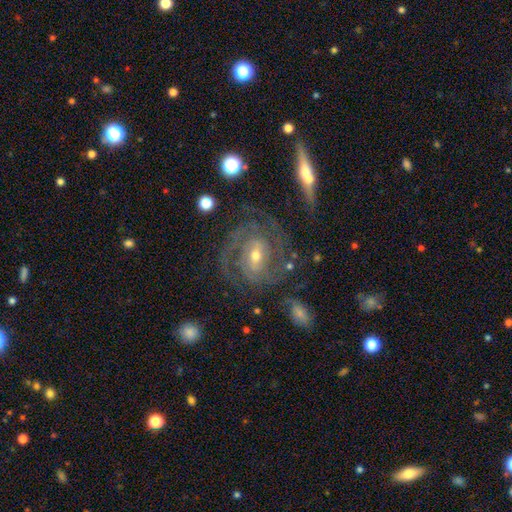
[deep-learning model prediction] Smooth or featured? featured or disk (89%)
Edge-on disk? no (96%)
Bar? weak (44%)
Spiral arms? yes (97%)
Spiral winding? tight (62%)
Spiral arm count? 2 (50%)
Bulge size? moderate (51%)
Merging? none (75%)